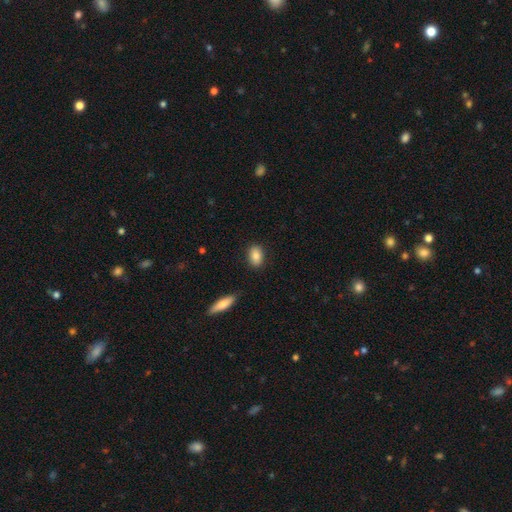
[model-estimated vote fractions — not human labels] Morphology: type=smooth (87%); roundness=in between (86%); merging=none (86%).